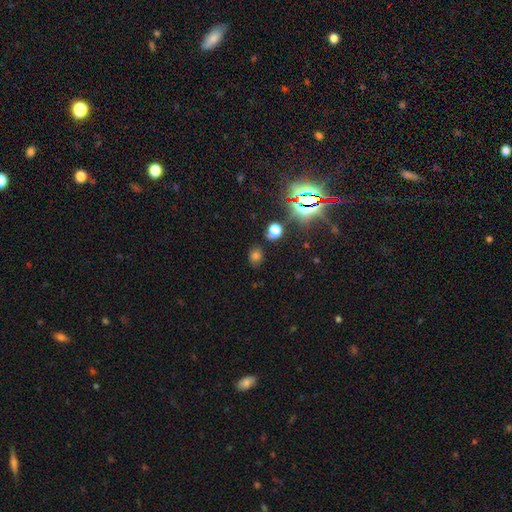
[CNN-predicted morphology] This appears to be a smooth galaxy with no disk features (64%) that is in between round and cigar-shaped (52%). Merging: none (79%).